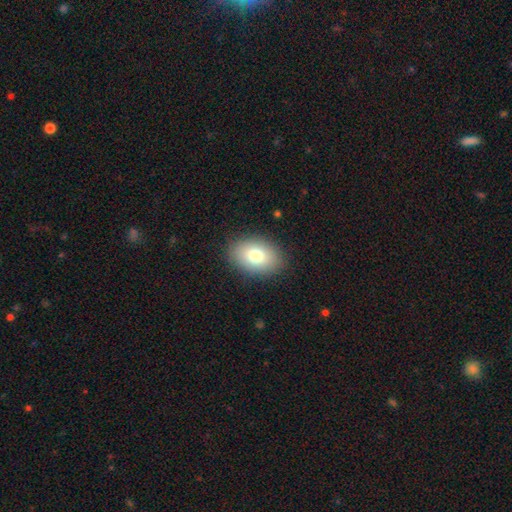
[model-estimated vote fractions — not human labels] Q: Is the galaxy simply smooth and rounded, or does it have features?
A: smooth — 78%.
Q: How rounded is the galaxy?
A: in between — 79%.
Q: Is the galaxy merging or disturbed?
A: none — 87%.